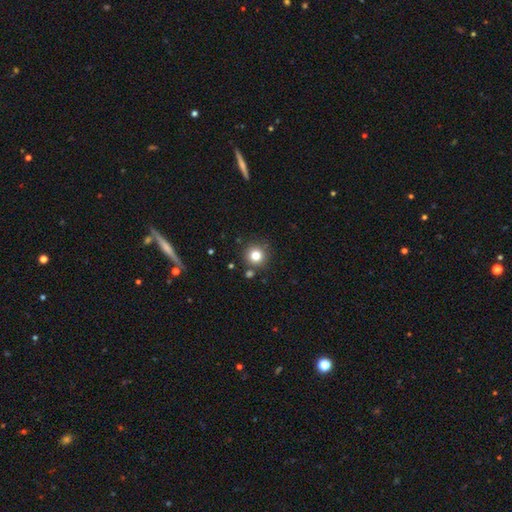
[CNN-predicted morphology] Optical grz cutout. It shows a smooth galaxy with no disk features (80%) that is round (94%). Merging: none (84%).